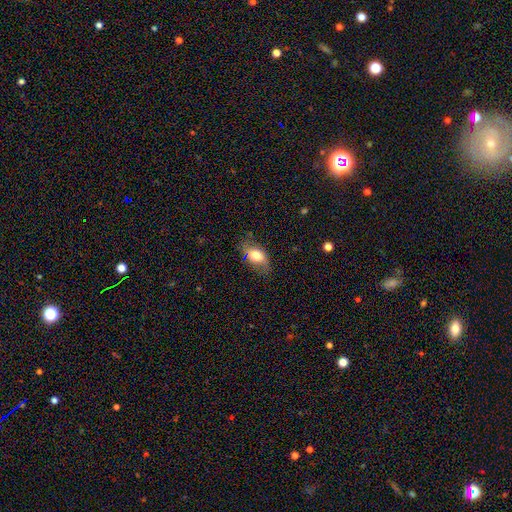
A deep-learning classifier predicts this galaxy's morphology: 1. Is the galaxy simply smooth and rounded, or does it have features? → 67% smooth, 25% featured or disk, 8% star or artifact.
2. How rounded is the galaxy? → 85% in between, 11% round, 4% cigar-shaped.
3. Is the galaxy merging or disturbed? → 70% none, 22% minor disturbance, 7% major disturbance, 2% merger.